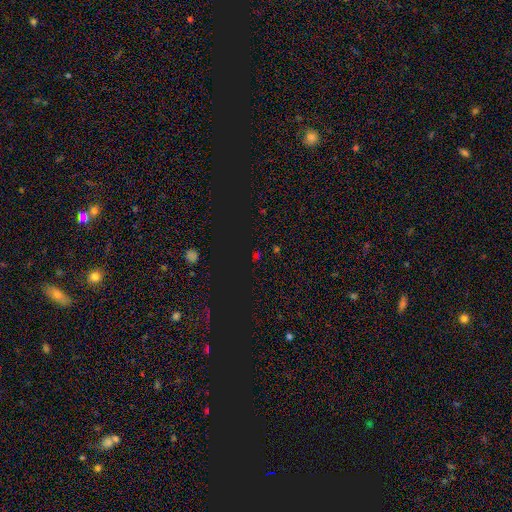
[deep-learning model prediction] A star or artifact, not a galaxy (70%).